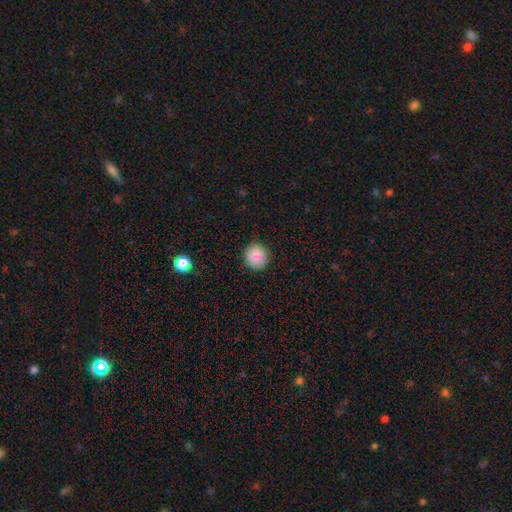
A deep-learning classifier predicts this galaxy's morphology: smooth_or_featured: smooth (p=0.88) [alt: star or artifact p=0.09]
how_rounded: round (p=0.91) [alt: in between p=0.08]
merging: none (p=0.89) [alt: minor disturbance p=0.08]